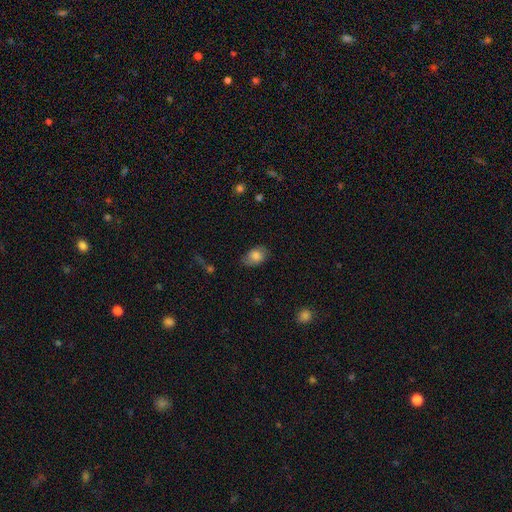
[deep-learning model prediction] Overall: smooth (82%). How rounded: in between (83%). Merging: none (73%).